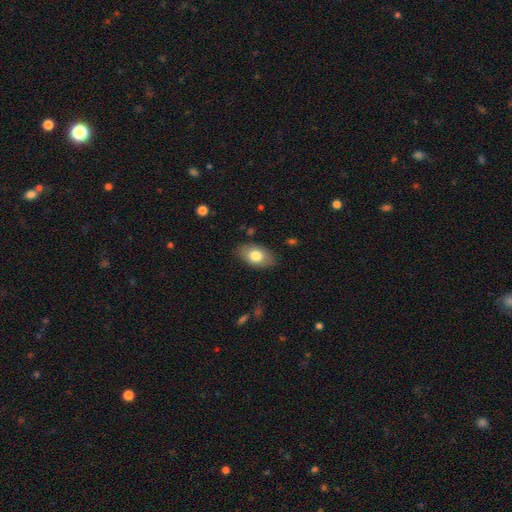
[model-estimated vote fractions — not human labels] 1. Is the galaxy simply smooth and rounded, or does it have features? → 77% smooth, 16% featured or disk, 7% star or artifact.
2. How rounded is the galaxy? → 91% in between, 7% round, 2% cigar-shaped.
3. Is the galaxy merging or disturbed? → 83% none, 13% minor disturbance, 3% major disturbance, 1% merger.